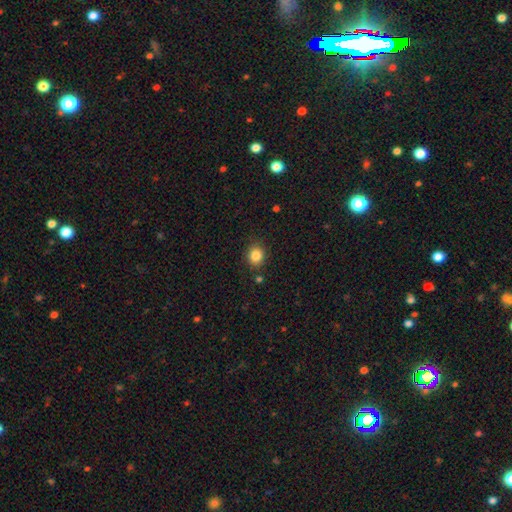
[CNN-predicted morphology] A smooth galaxy with no disk features (84%) that is round (78%). Merging: none (86%).